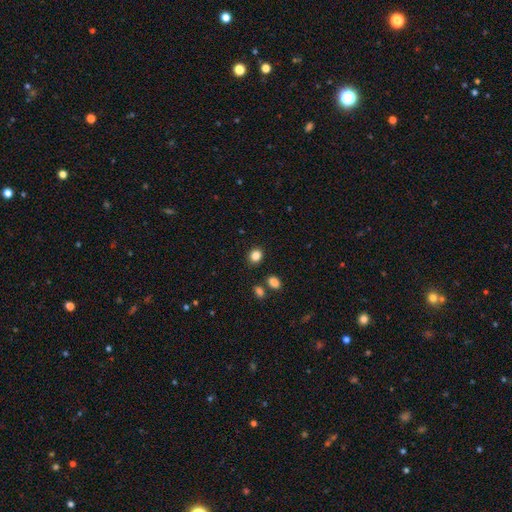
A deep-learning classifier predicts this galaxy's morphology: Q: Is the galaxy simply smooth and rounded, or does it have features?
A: smooth — 85%.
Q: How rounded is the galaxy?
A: round — 69%.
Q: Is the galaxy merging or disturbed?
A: none — 86%.